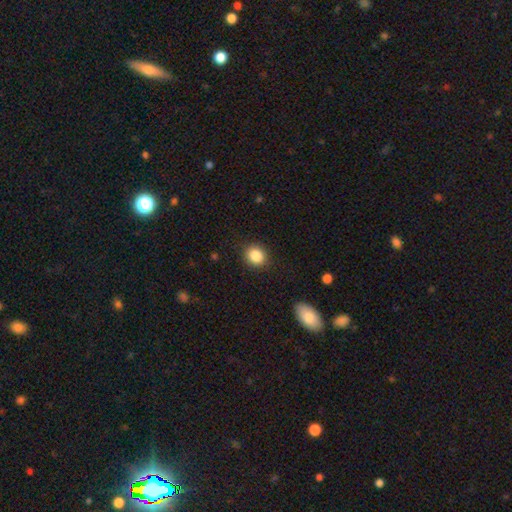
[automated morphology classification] Smooth or featured? smooth (86%)
How rounded? round (76%)
Merging? none (88%)